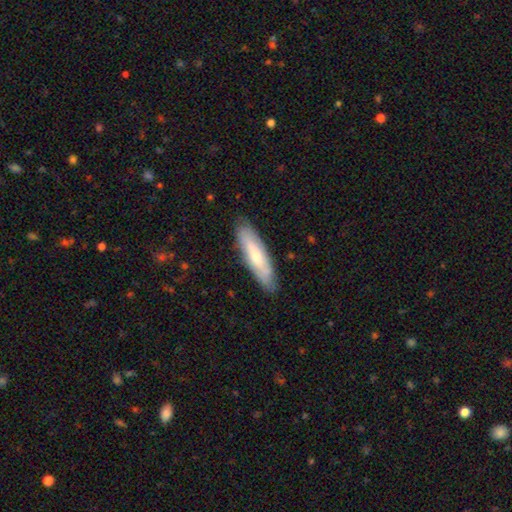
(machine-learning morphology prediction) Smooth or featured: smooth — 61% (featured or disk — 34%)
How rounded: cigar-shaped — 67% (in between — 31%)
Merging: none — 84% (minor disturbance — 13%)